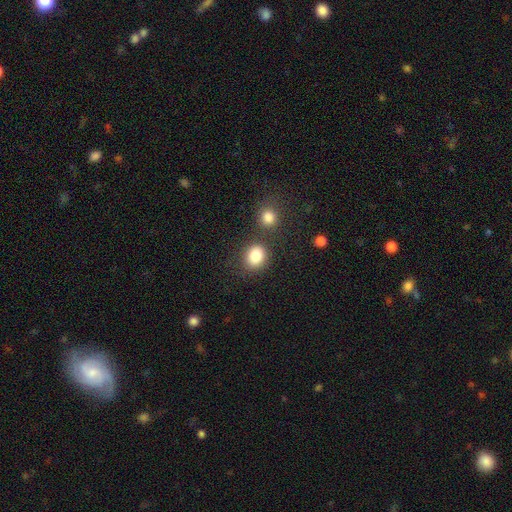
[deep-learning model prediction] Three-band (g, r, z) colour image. It shows a smooth galaxy with no disk features (84%) that is round (63%). Merging: none (68%).